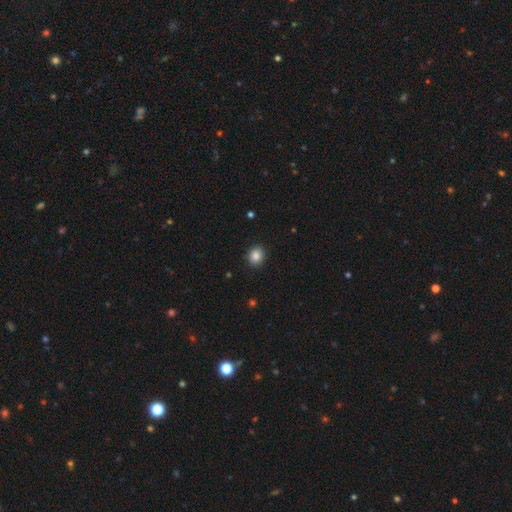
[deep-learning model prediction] smooth_or_featured: smooth (p=0.86) [alt: star or artifact p=0.10]
how_rounded: round (p=0.78) [alt: in between p=0.21]
merging: none (p=0.91) [alt: minor disturbance p=0.06]